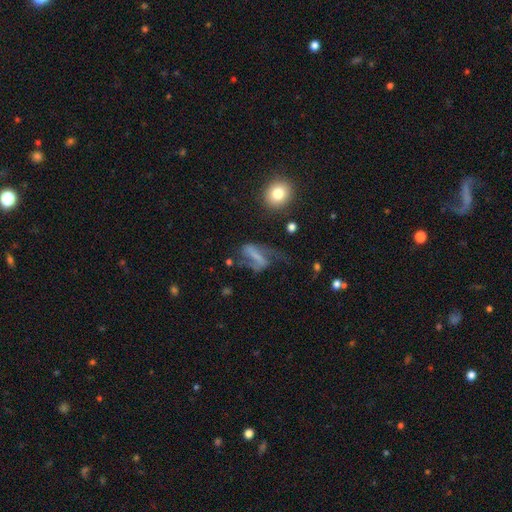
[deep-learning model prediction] smooth_or_featured: featured or disk (p=0.58) [alt: smooth p=0.29]
disk_edge_on: no (p=0.93) [alt: yes p=0.07]
bar: strong (p=0.52) [alt: weak p=0.26]
has_spiral_arms: yes (p=0.71) [alt: no p=0.29]
bulge_size: none (p=0.61) [alt: small p=0.22]
merging: major disturbance (p=0.39) [alt: none p=0.34]